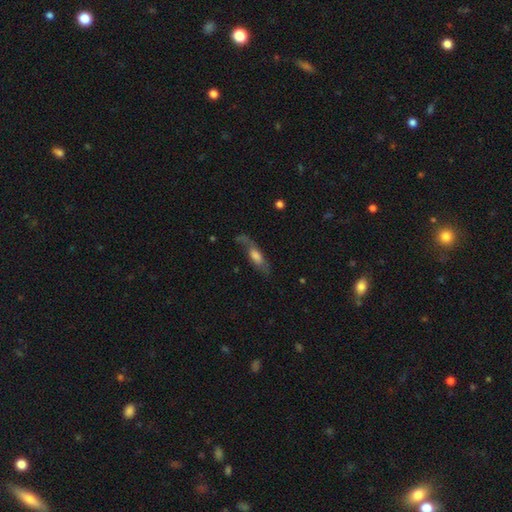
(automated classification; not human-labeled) featured or disk 48%, smooth 44%, star or artifact 8%. Down the decision tree: merging — none (55%).